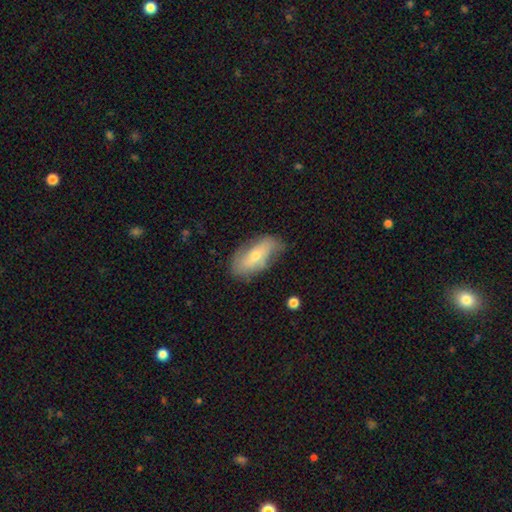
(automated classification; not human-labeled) Morphology: type=smooth (51%); roundness=in between (87%); merging=none (61%).